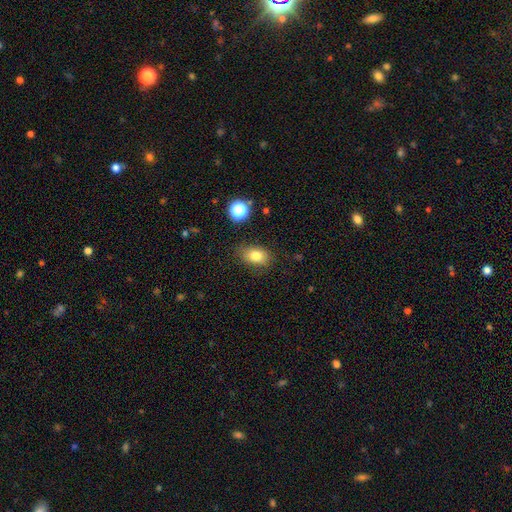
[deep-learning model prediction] Morphology: type=smooth (80%); roundness=in between (80%); merging=none (79%).